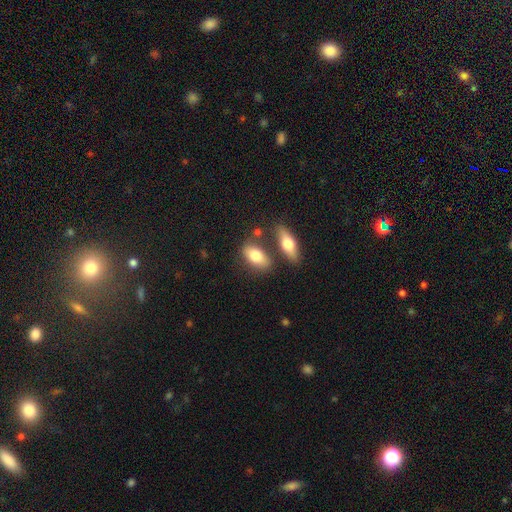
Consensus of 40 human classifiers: Morphology: type=smooth (75%); roundness=in between (90%); merging=none (57%).